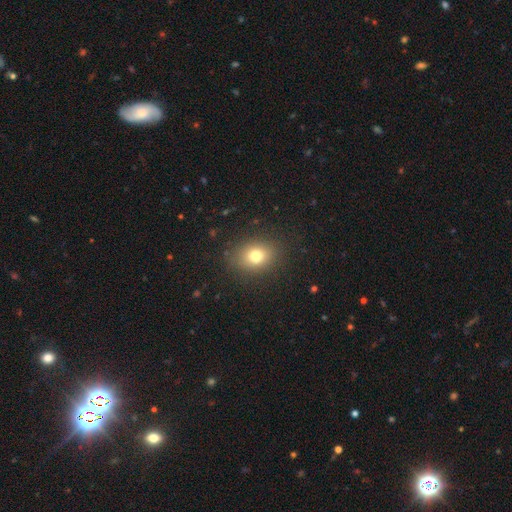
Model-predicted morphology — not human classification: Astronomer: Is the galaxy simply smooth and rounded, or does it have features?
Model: smooth — 75%.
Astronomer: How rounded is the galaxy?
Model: in between — 50% (runner-up: round, 49%).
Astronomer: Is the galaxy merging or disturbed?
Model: none — 86%.